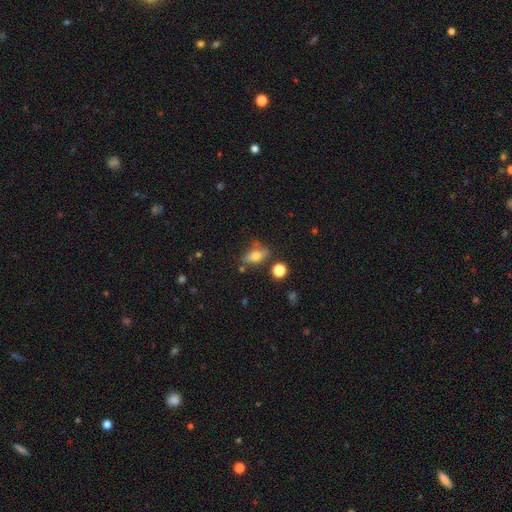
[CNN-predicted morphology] Smooth or featured?
  - smooth: 67% *
  - featured or disk: 22%
  - star or artifact: 11%
How rounded?
  - in between: 76% *
  - cigar-shaped: 13%
  - round: 11%
Merging?
  - none: 63% *
  - minor disturbance: 21%
  - merger: 8%
  - major disturbance: 8%